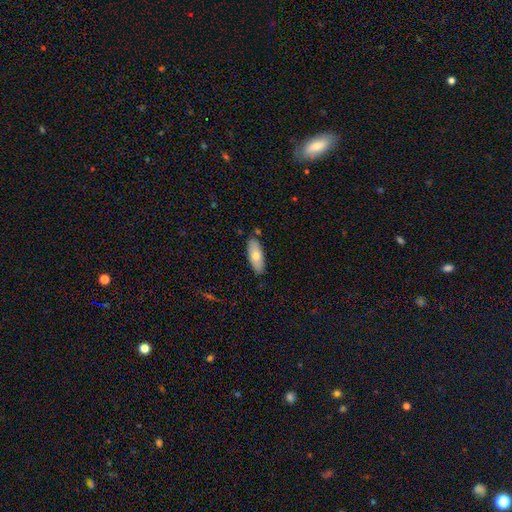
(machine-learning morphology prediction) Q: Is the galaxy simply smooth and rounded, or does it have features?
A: smooth — 71%.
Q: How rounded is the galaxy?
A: in between — 75%.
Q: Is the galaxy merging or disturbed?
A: none — 84%.